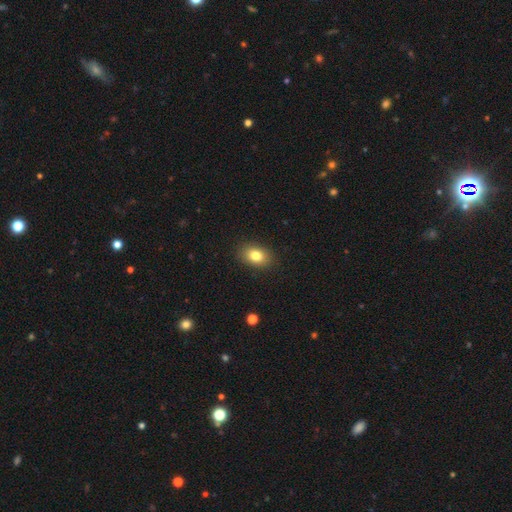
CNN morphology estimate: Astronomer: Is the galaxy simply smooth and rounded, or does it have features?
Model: smooth — 82%.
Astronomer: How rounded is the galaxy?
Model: in between — 77%.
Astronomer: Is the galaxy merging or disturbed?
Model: none — 88%.